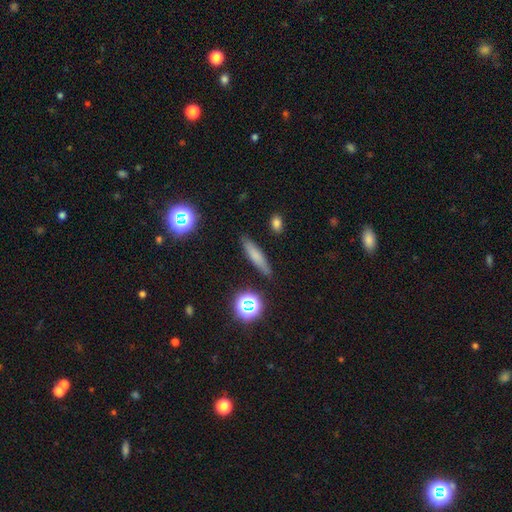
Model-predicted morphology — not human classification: This appears to be a smooth galaxy with no disk features (71%) that is cigar-shaped (80%). Merging: none (86%).